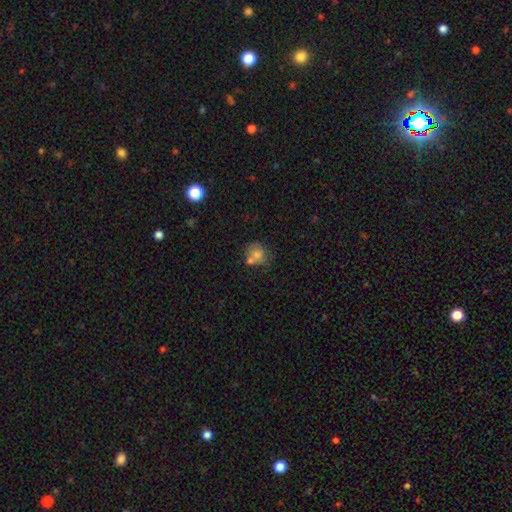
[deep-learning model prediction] Smooth or featured? Predicted: smooth (p=0.75). How rounded? Predicted: round (p=0.76). Merging? Predicted: none (p=0.46).